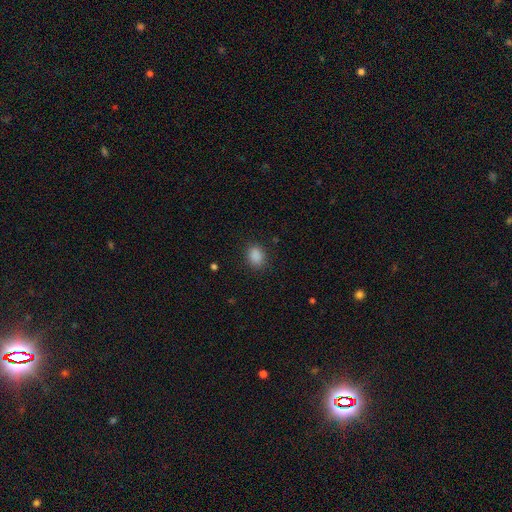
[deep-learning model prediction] smooth-or-featured: smooth: 87% | star or artifact: 10% | featured or disk: 3%
  how-rounded: in between: 59% | round: 40% | cigar-shaped: 1%
  merging: none: 85% | minor disturbance: 11% | major disturbance: 3% | merger: 1%